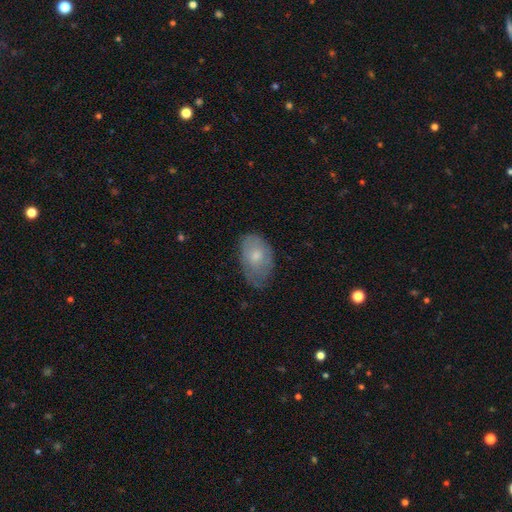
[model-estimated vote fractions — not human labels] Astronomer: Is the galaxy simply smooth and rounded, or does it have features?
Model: smooth — 68%.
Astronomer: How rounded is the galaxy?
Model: in between — 89%.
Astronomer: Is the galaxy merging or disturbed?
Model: none — 56% (runner-up: minor disturbance, 34%).